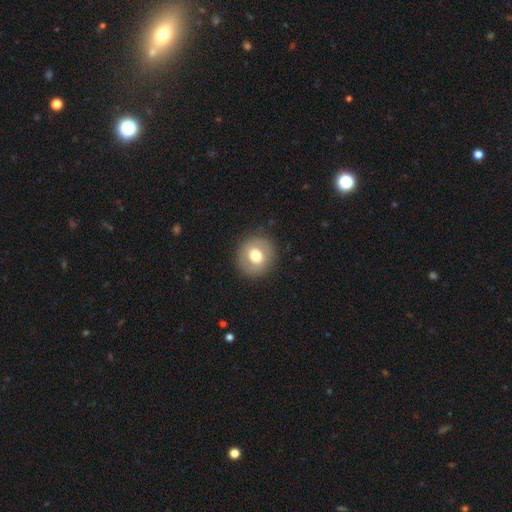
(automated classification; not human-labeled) This appears to be a smooth galaxy with no disk features (69%) that is round (89%). Merging: none (88%).